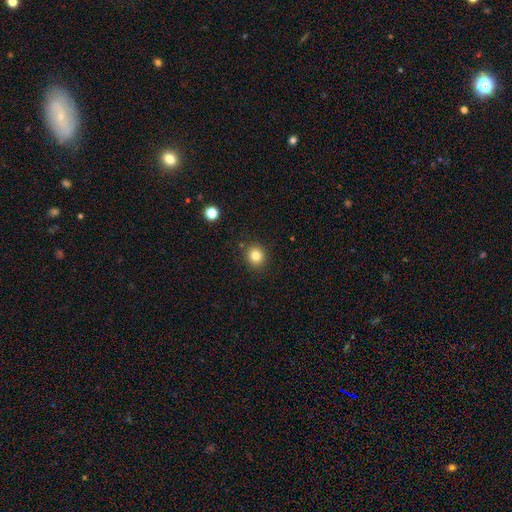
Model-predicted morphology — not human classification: A smooth galaxy with no disk features (82%) that is round (85%). Merging: none (88%).